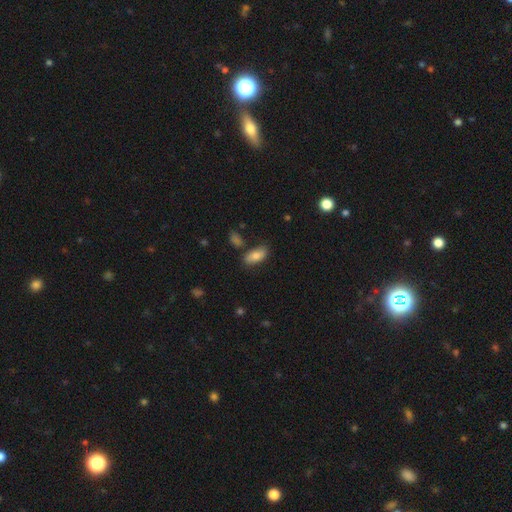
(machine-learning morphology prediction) This appears to be a smooth galaxy with no disk features (80%) that is in between round and cigar-shaped (89%). Merging: none (77%).